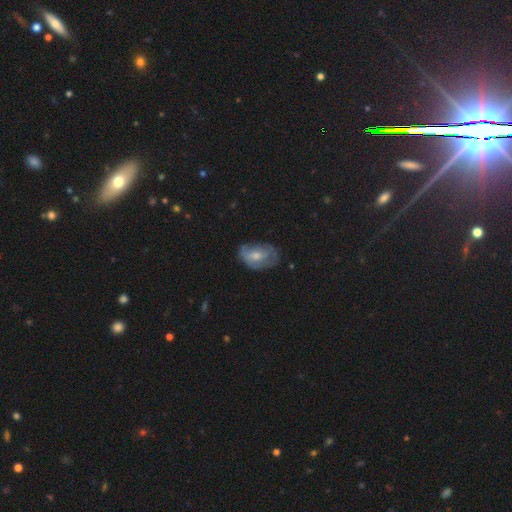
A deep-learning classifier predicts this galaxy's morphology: This is possibly a smooth galaxy (48%). Merging: possibly none (49%).